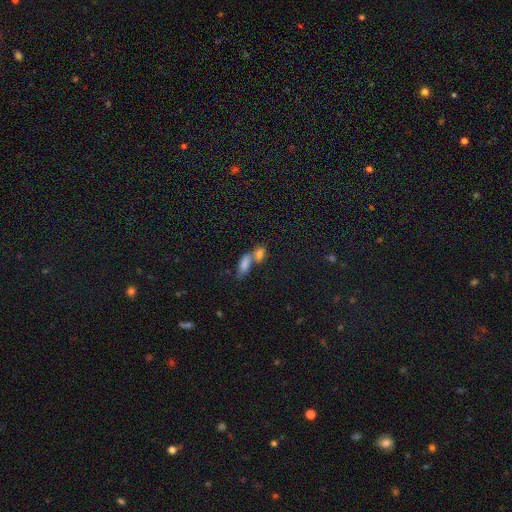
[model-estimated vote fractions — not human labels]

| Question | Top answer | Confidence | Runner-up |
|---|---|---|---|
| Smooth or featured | smooth | 72% | star or artifact (14%) |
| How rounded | in between | 74% | cigar-shaped (16%) |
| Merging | merger | 61% | none (27%) |